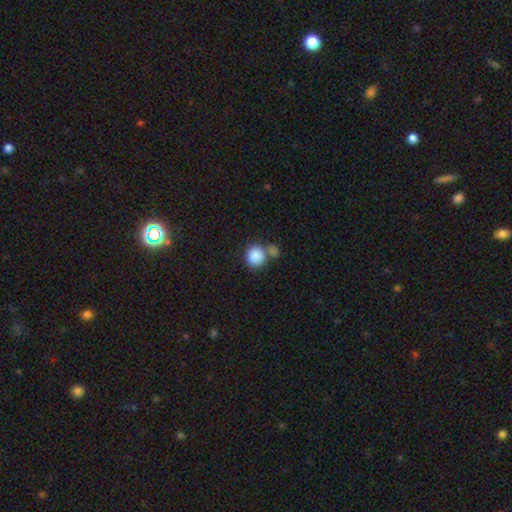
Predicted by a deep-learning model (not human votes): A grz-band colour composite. It shows a smooth galaxy with no disk features (87%) that is round (86%). Merging: none (52%).